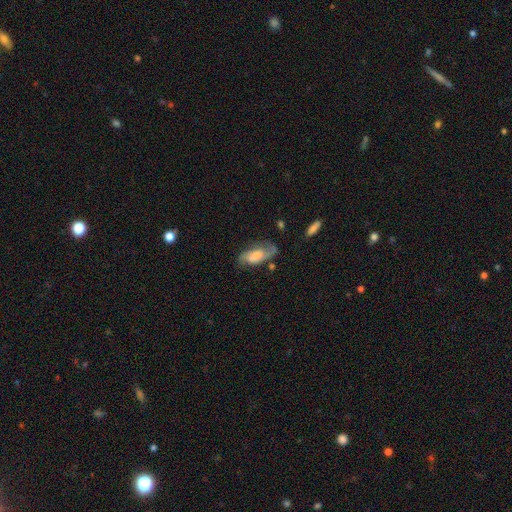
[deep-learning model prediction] A featured or disk galaxy (58%) with no bar (57%), spiral arms (87%) and a moderate central bulge (35%). Merging: none (58%).